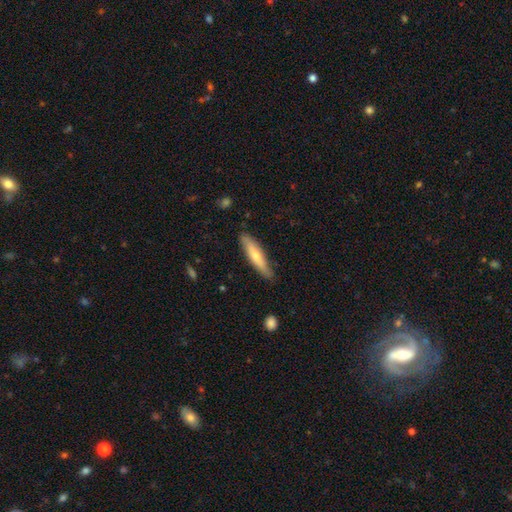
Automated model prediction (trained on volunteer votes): A smooth galaxy with no disk features (60%) that is cigar-shaped (82%).

Vote fractions:
- Smooth or featured? smooth: 60% / featured or disk: 34% / star or artifact: 5%
- How rounded? cigar-shaped: 82% / in between: 16% / round: 2%
- Merging? none: 83% / minor disturbance: 13% / major disturbance: 2% / merger: 1%